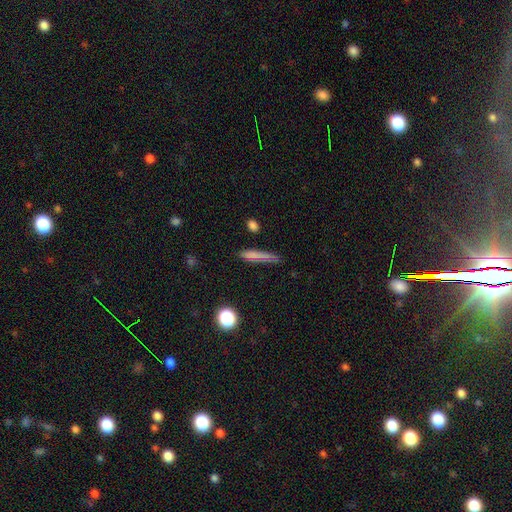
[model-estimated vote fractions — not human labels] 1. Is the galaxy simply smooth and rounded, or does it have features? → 71% smooth, 20% featured or disk, 10% star or artifact.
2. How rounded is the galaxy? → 90% cigar-shaped, 8% in between, 3% round.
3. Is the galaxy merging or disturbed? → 75% none, 17% minor disturbance, 5% major disturbance, 3% merger.